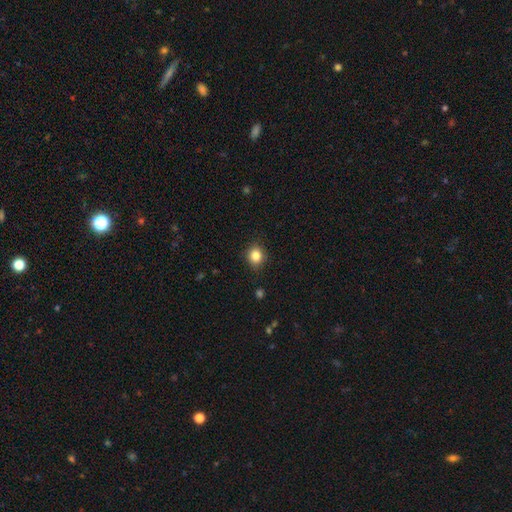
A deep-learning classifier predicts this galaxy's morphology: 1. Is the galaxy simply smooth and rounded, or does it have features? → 84% smooth, 11% star or artifact, 5% featured or disk.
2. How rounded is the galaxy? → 74% round, 25% in between, 1% cigar-shaped.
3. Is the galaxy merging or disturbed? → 87% none, 9% minor disturbance, 2% major disturbance, 1% merger.